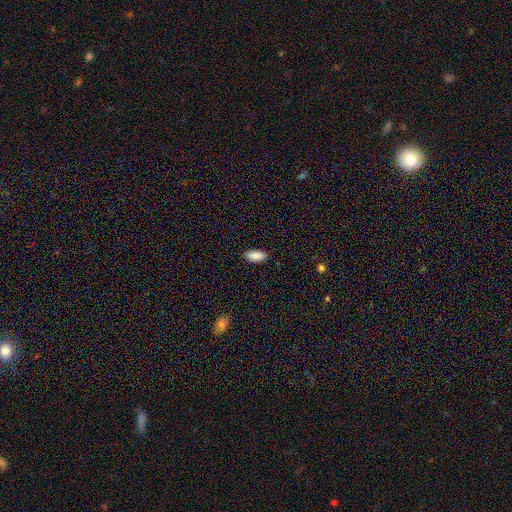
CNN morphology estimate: Overall: smooth (89%). How rounded: in between (91%). Merging: none (87%).